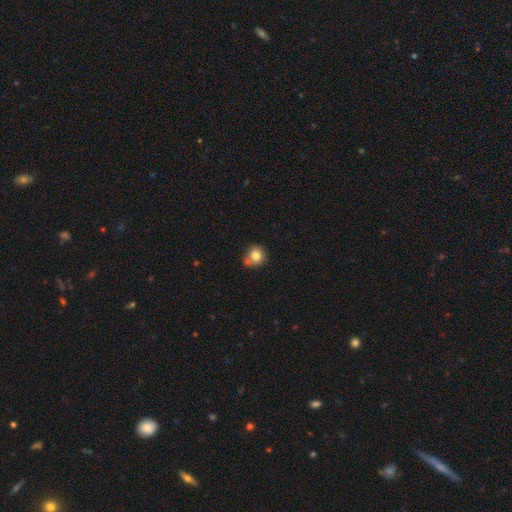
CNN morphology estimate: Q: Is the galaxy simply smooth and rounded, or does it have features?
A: smooth — 80%.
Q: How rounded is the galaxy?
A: round — 86%.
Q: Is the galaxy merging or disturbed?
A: none — 60%.